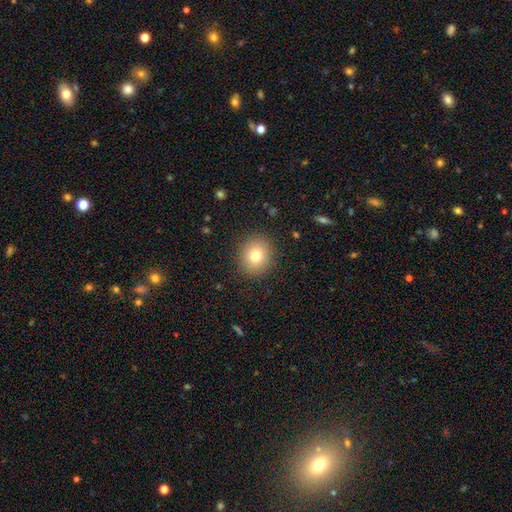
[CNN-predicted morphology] Smooth or featured?
  - smooth: 78% *
  - star or artifact: 12%
  - featured or disk: 10%
How rounded?
  - round: 82% *
  - in between: 17%
  - cigar-shaped: 1%
Merging?
  - none: 89% *
  - minor disturbance: 7%
  - major disturbance: 3%
  - merger: 1%